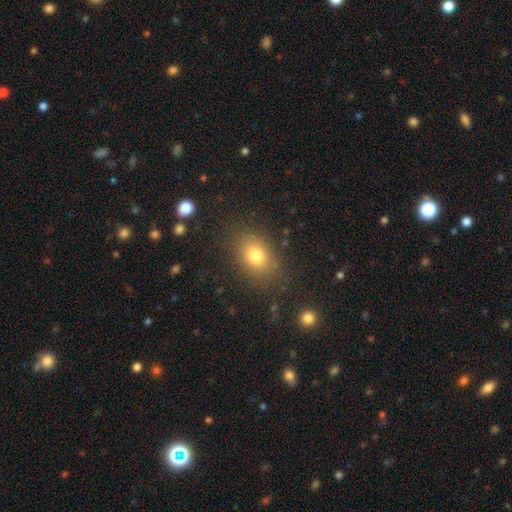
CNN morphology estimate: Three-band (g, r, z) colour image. It shows a smooth galaxy with no disk features (78%) that is in between round and cigar-shaped (73%). Merging: none (82%).